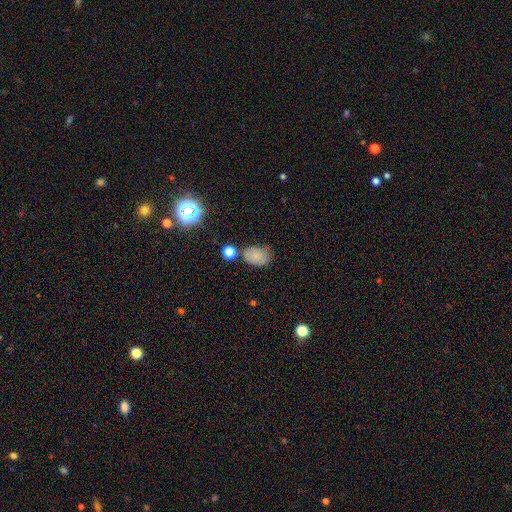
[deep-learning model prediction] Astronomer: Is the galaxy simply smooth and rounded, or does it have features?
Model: smooth — 76%.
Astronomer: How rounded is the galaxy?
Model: in between — 79%.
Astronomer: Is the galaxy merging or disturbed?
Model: none — 55%.